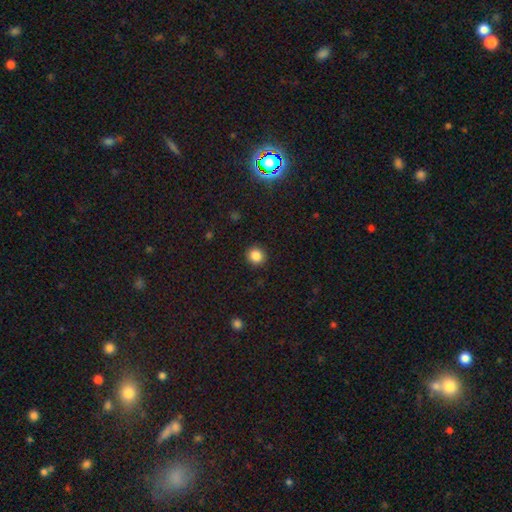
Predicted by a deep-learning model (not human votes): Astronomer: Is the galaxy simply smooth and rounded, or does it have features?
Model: smooth — 85%.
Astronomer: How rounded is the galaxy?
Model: round — 90%.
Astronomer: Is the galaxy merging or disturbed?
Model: none — 91%.